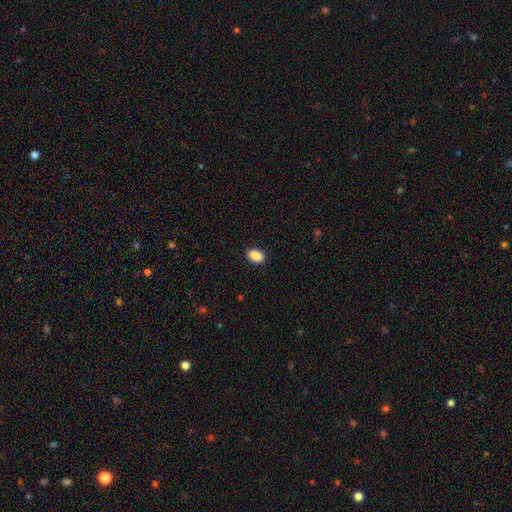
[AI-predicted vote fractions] smooth 90%, star or artifact 8%, featured or disk 2%. Down the decision tree: how rounded — in between (87%); merging — none (88%).